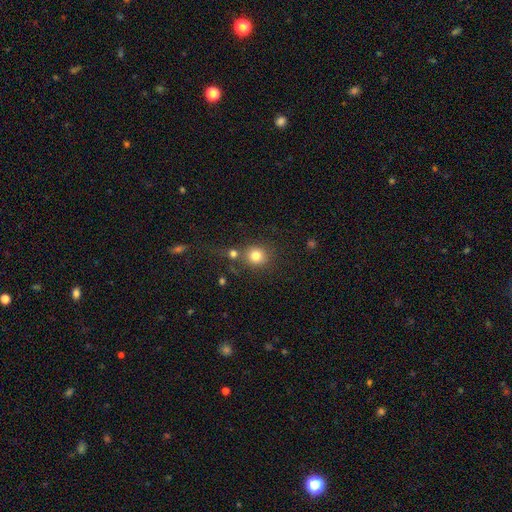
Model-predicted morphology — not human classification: Smooth or featured? Predicted: smooth (p=0.80). How rounded? Predicted: round (p=0.88). Merging? Predicted: none (p=0.68).